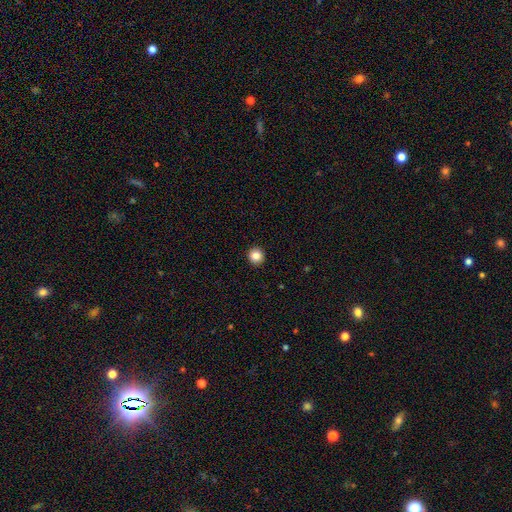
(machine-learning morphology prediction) Smooth or featured? smooth (85%)
How rounded? round (94%)
Merging? none (94%)